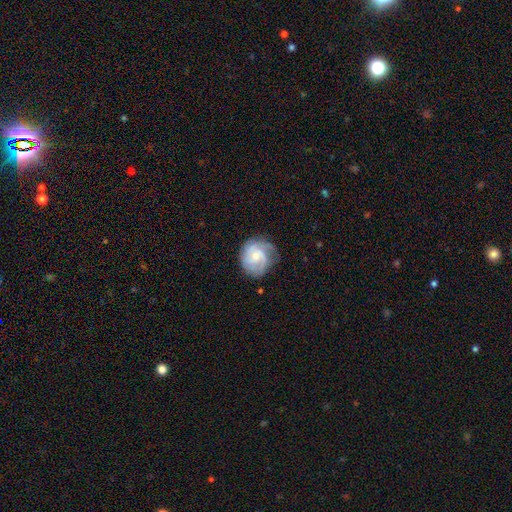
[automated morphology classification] This is likely a featured or disk galaxy (71%). It is clearly not viewed edge-on (98%). Bar: likely no (62%). Spiral arm pattern: clearly yes (93%). Spiral arm count: marginally 2 (29%). Spiral winding: possibly tight (51%). Central bulge: possibly small (58%). Merging: likely none (65%).